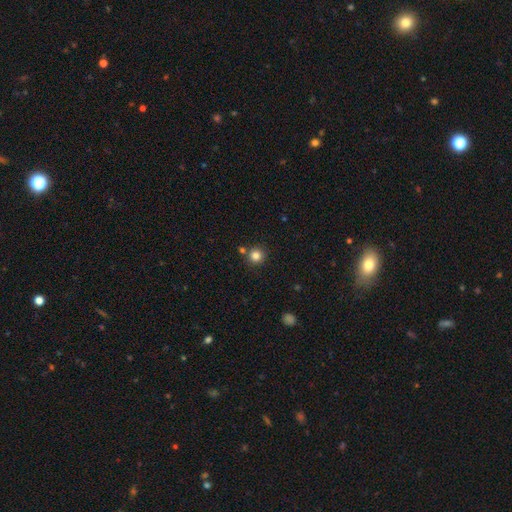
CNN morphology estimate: Smooth or featured? smooth (83%)
How rounded? round (94%)
Merging? none (80%)